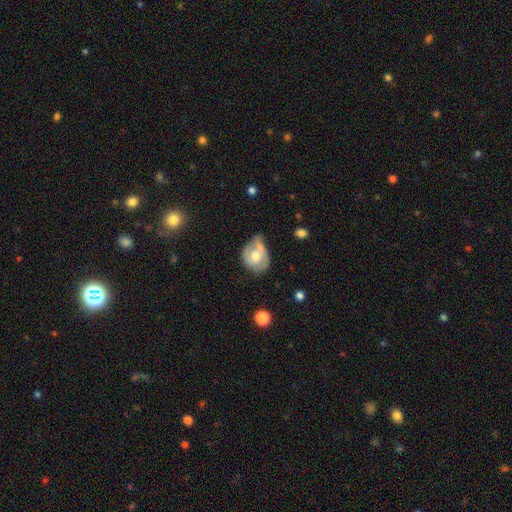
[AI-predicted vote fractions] This is possibly a smooth galaxy (51%). How rounded: possibly round (54%). Merging: marginally minor disturbance (32%).